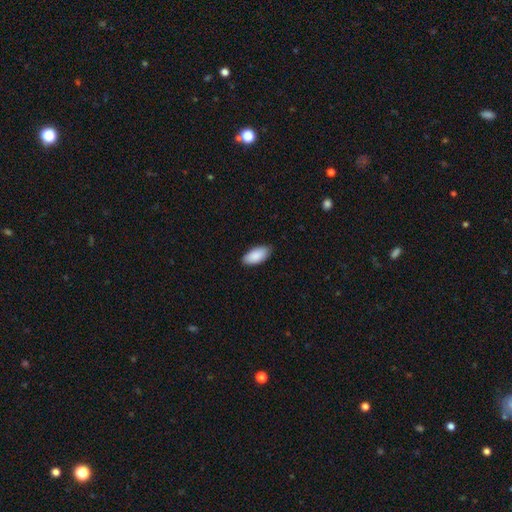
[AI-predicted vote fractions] A smooth galaxy with no disk features (89%) that is in between round and cigar-shaped (92%). Merging: none (83%).